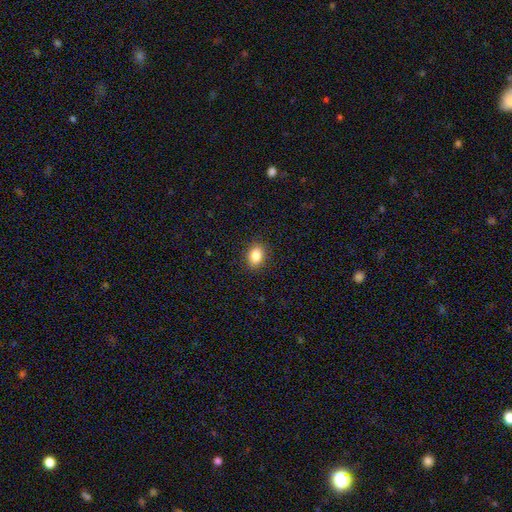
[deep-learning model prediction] A smooth galaxy with no disk features (85%) that is in between round and cigar-shaped (75%).

Vote fractions:
- Smooth or featured? smooth: 85% / star or artifact: 9% / featured or disk: 6%
- How rounded? in between: 75% / round: 24% / cigar-shaped: 1%
- Merging? none: 89% / minor disturbance: 8% / major disturbance: 2% / merger: 1%